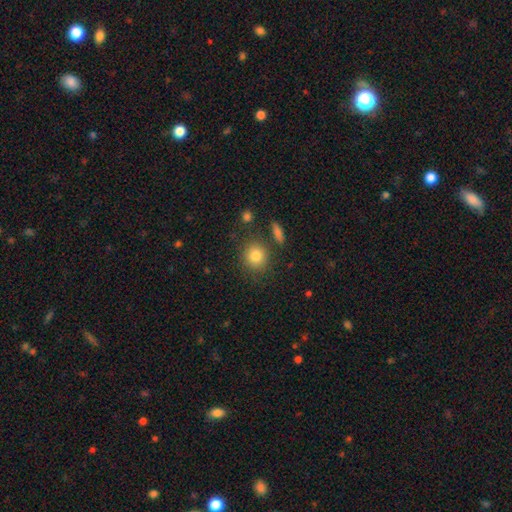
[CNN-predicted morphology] Overall: smooth (83%). How rounded: round (82%). Merging: none (80%).